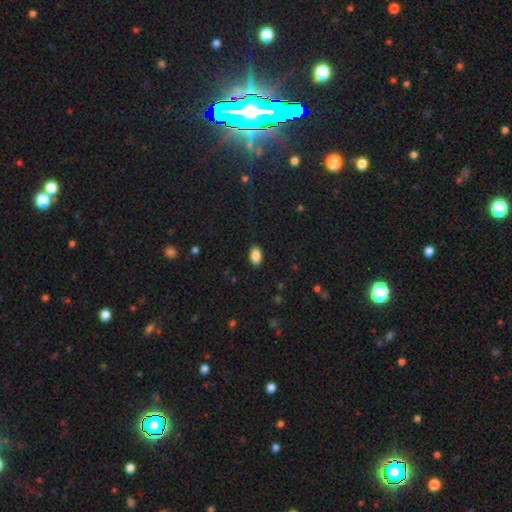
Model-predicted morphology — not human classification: This appears to be a smooth galaxy with no disk features (88%) that is in between round and cigar-shaped (92%). Merging: none (89%).